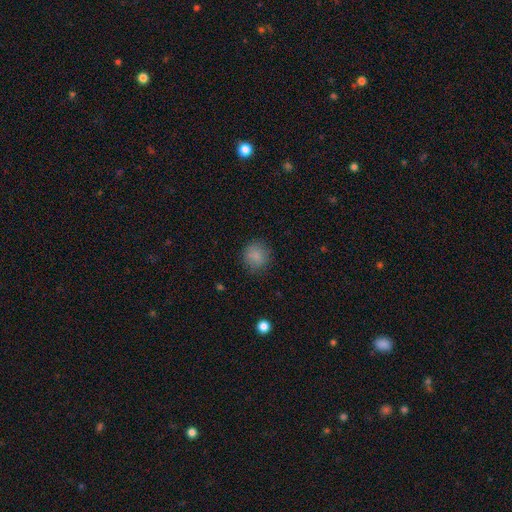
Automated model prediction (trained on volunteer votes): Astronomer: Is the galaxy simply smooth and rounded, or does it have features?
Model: smooth — 84%.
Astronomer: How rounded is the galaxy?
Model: round — 89%.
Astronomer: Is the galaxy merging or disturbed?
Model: none — 84%.